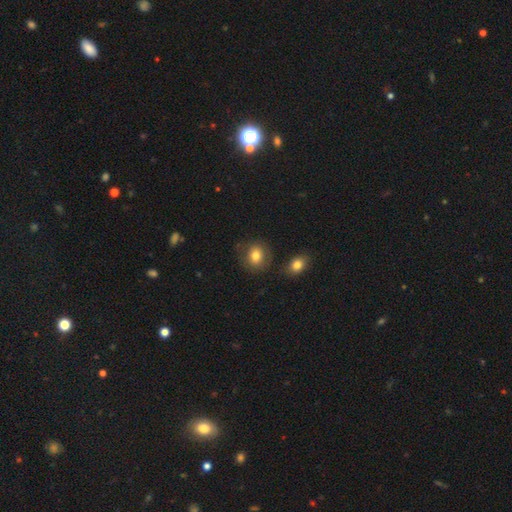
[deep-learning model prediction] Overall: smooth (79%). How rounded: round (71%). Merging: none (78%).